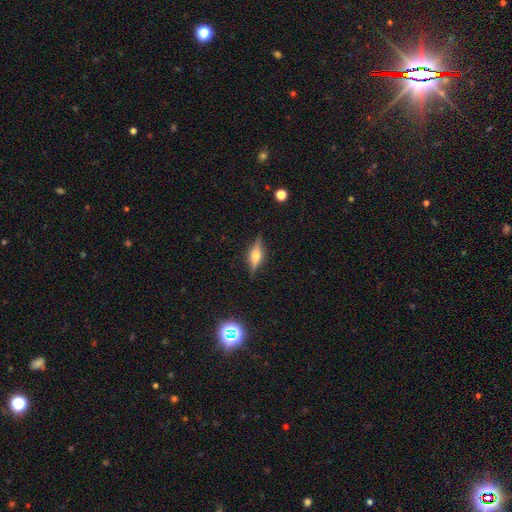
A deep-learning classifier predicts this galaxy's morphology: The model was most divided on "smooth or featured": featured or disk: 67%, smooth: 24%, star or artifact: 9%. More confident: edge-on disk — yes (95%); edge-on bulge — rounded (90%); merging — none (86%).